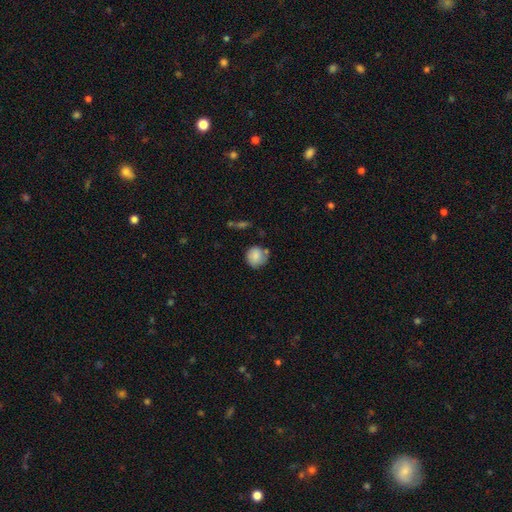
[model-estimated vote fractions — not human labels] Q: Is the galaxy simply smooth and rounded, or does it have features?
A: smooth — 80%.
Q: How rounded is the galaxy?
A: round — 84%.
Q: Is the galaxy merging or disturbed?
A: none — 65%.